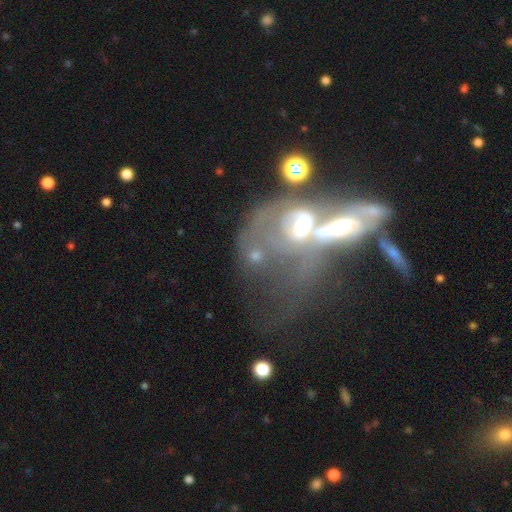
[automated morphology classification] This is possibly a featured or disk galaxy (51%). It is clearly not viewed edge-on (93%). Merging: possibly merger (49%).